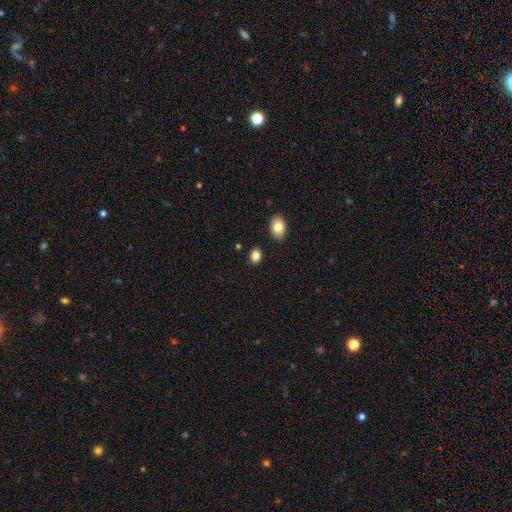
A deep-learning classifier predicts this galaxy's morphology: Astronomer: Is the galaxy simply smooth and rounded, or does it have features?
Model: smooth — 84%.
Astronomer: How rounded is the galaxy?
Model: in between — 64%.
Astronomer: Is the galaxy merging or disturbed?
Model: none — 85%.